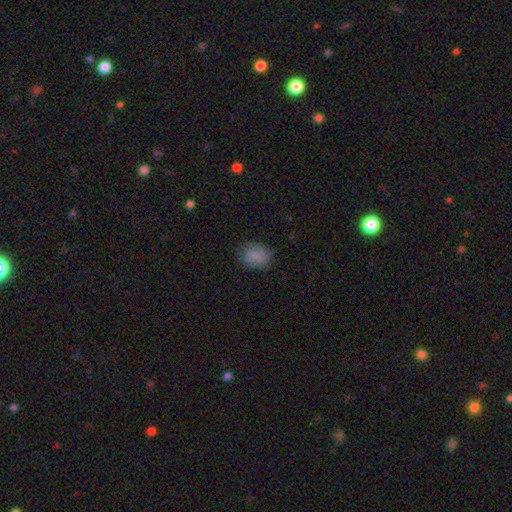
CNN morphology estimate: Smooth or featured?
  - smooth: 86% *
  - star or artifact: 8%
  - featured or disk: 6%
How rounded?
  - in between: 60% *
  - round: 39%
  - cigar-shaped: 1%
Merging?
  - none: 79% *
  - minor disturbance: 16%
  - major disturbance: 4%
  - merger: 1%